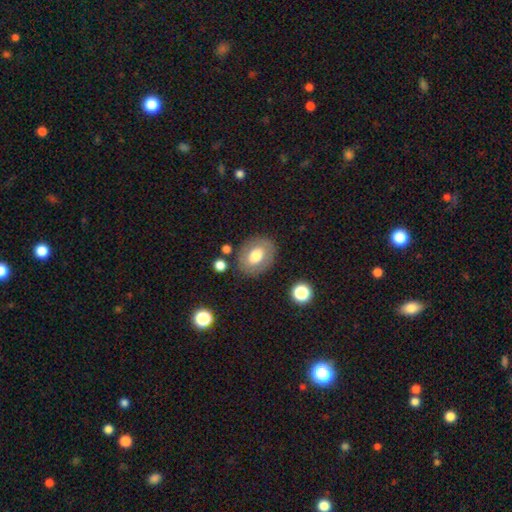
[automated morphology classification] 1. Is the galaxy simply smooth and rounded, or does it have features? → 66% smooth, 26% featured or disk, 8% star or artifact.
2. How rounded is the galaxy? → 59% in between, 40% round, 1% cigar-shaped.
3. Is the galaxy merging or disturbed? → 82% none, 12% minor disturbance, 4% major disturbance, 3% merger.